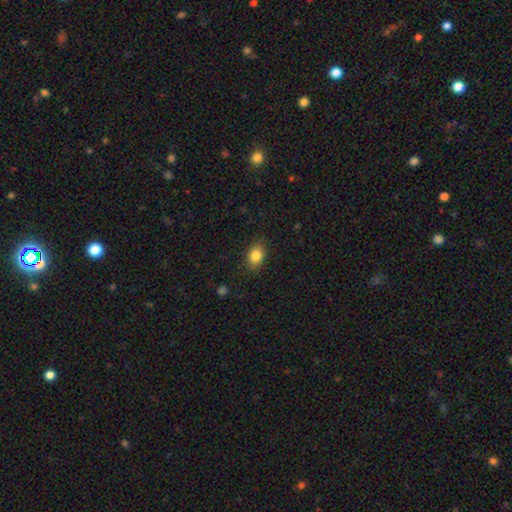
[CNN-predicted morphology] Smooth or featured? smooth (84%)
How rounded? in between (68%)
Merging? none (85%)